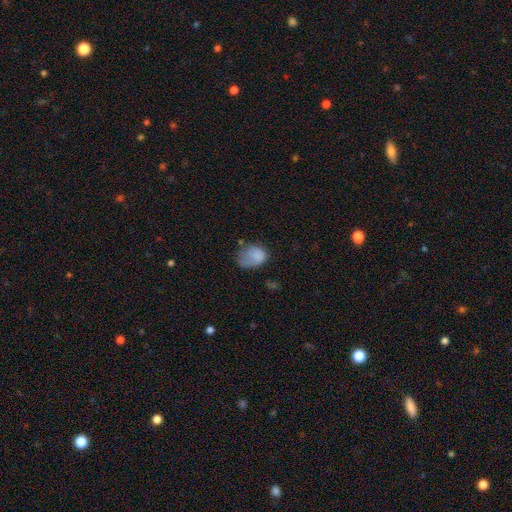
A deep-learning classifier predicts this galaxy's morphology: A smooth galaxy with no disk features (78%) that is in between round and cigar-shaped (64%). Merging: minor disturbance (34%).